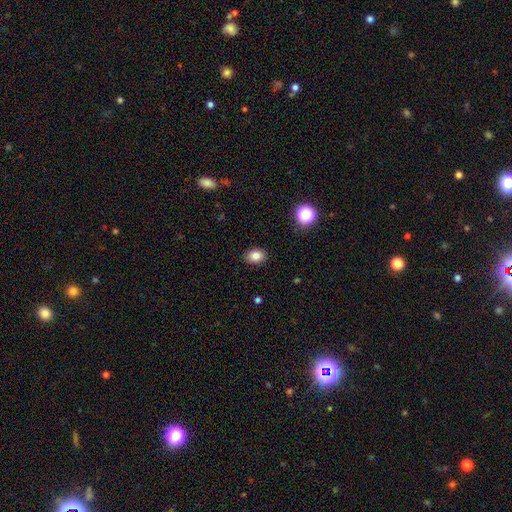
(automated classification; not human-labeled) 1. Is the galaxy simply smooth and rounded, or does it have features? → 83% smooth, 11% star or artifact, 6% featured or disk.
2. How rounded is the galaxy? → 67% in between, 32% round, 1% cigar-shaped.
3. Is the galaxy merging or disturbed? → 89% none, 8% minor disturbance, 2% major disturbance, 1% merger.